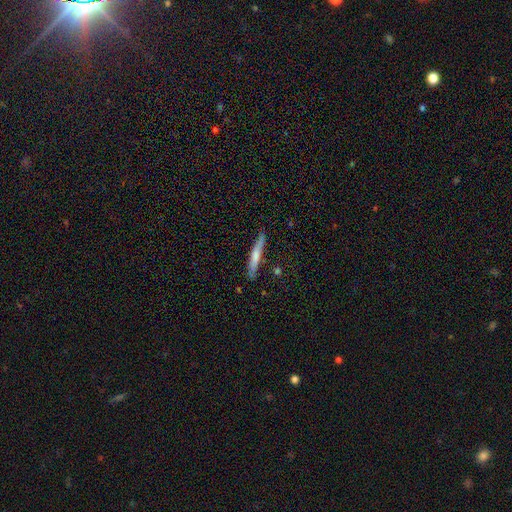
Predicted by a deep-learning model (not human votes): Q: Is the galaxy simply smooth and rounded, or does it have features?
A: smooth — 62%.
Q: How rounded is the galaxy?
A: cigar-shaped — 94%.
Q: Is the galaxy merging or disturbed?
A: none — 81%.